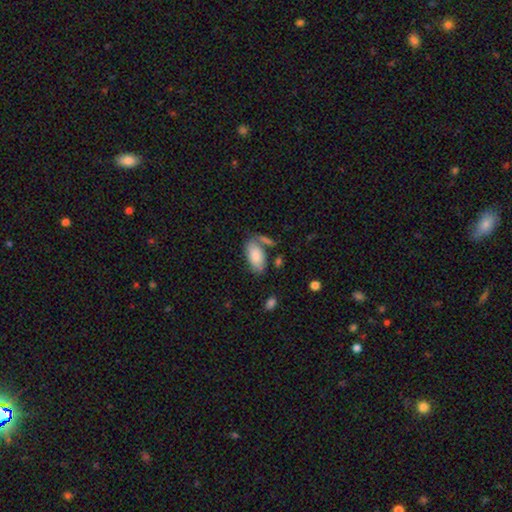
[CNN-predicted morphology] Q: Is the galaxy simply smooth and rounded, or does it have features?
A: smooth — 82%.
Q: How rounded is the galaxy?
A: in between — 94%.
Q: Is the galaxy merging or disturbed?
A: none — 59%.